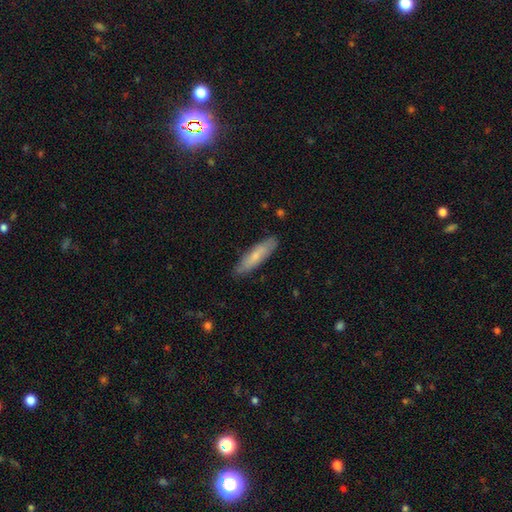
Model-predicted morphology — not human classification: type=smooth (67%); roundness=cigar-shaped (76%); merging=none (85%).